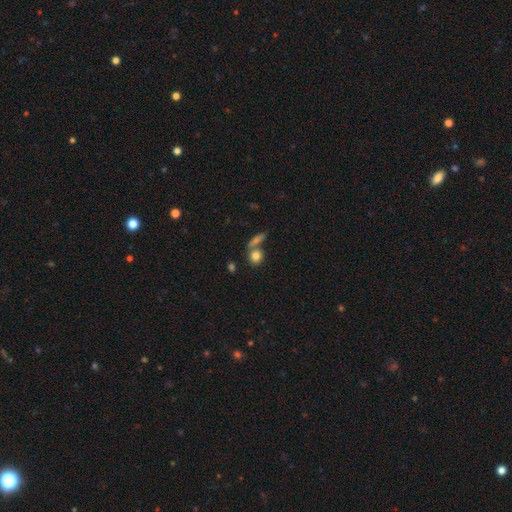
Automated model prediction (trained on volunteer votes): Q: Smooth or featured?
A: smooth (80%); runner-up: featured or disk (10%)
Q: How rounded?
A: round (72%); runner-up: in between (24%)
Q: Merging?
A: none (50%); runner-up: merger (37%)